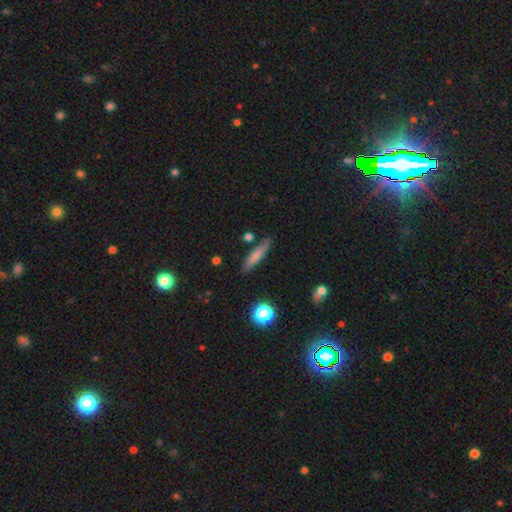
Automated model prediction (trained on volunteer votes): This is likely a smooth galaxy (73%). How rounded: clearly cigar-shaped (83%). Merging: clearly none (83%).